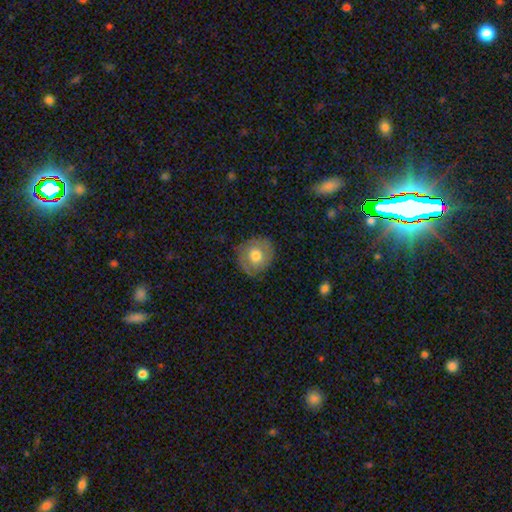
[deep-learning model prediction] Smooth or featured? smooth (65%)
How rounded? round (85%)
Merging? none (79%)